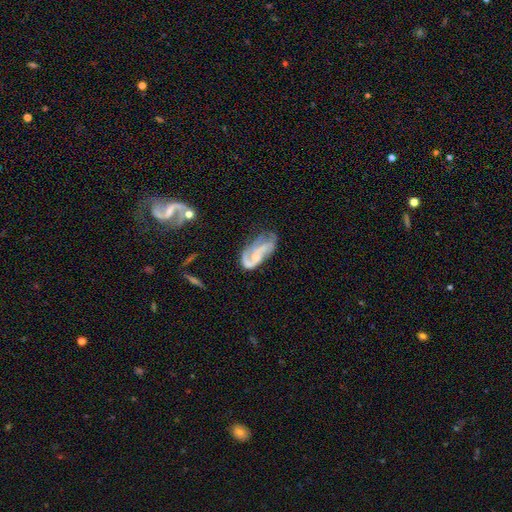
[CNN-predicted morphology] The model was most divided on "spiral winding": medium: 41%, loose: 37%, tight: 22%. Remaining: edge-on disk — no (95%); spiral arms — yes (84%); smooth or featured — featured or disk (72%); spiral arm count — 2 (63%); bar — no (56%); bulge size — small (47%); merging — none (36%).